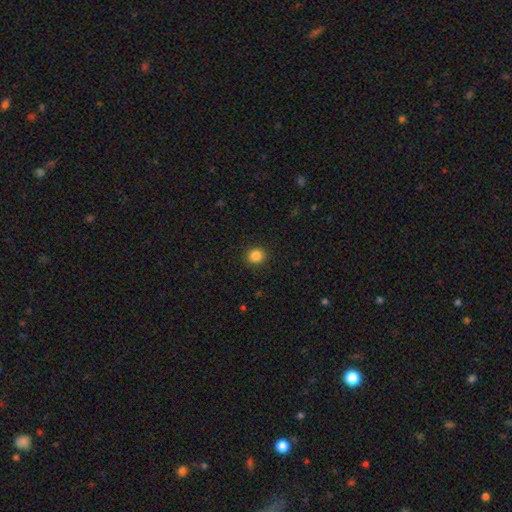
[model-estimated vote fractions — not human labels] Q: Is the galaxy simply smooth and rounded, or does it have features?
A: smooth — 85%.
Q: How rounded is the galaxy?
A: round — 87%.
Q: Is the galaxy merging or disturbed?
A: none — 91%.